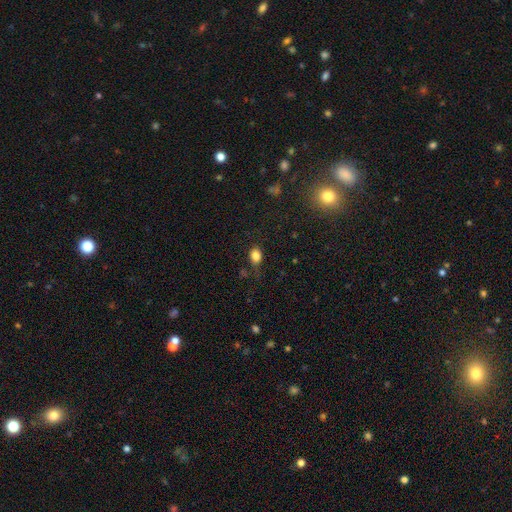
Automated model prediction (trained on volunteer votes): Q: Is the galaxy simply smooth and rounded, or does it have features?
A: smooth — 83%.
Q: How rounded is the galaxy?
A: in between — 64%.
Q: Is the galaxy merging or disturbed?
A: none — 71%.